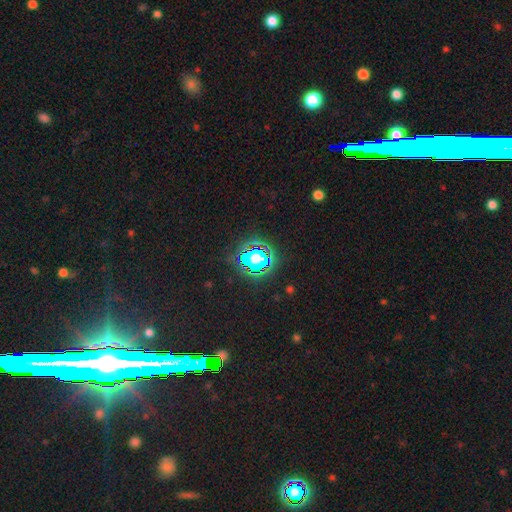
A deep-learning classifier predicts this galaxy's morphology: Smooth or featured? Predicted: star or artifact (p=0.79).